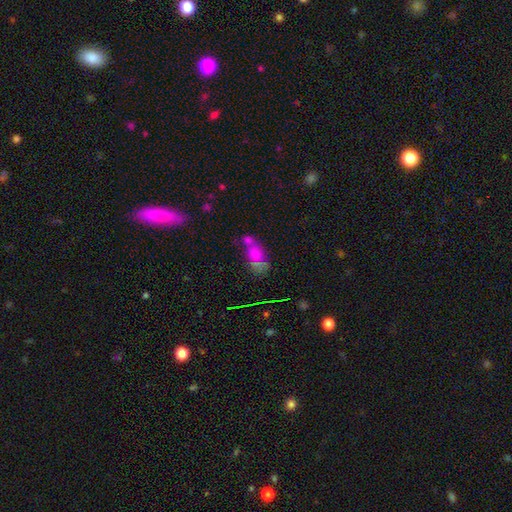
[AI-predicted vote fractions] This appears to be a smooth galaxy with no disk features (59%) that is in between round and cigar-shaped (75%). Merging: merger (46%).